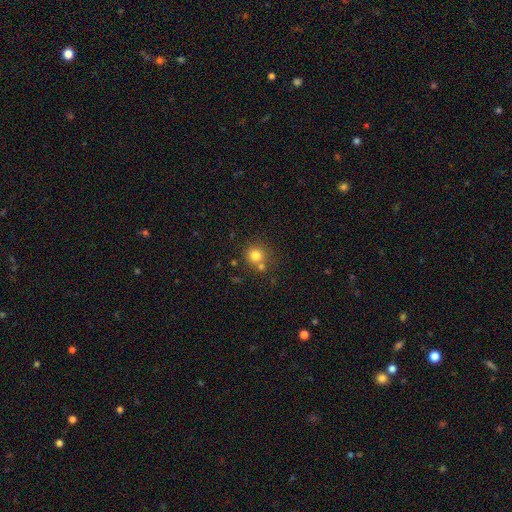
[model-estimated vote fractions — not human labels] This is likely a smooth galaxy (79%). How rounded: clearly round (92%). Merging: likely none (68%).